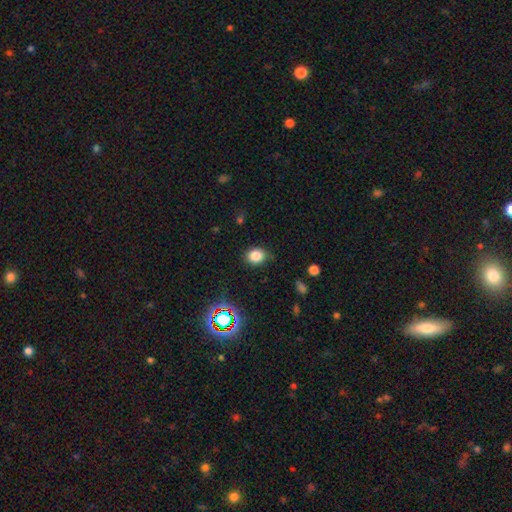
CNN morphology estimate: Overall: smooth (81%). How rounded: round (65%; in between 34%). Merging: none (82%).